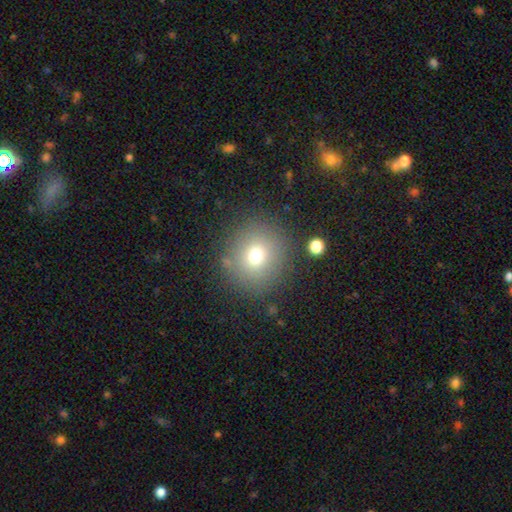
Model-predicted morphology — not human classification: This appears to be a smooth galaxy with no disk features (71%) that is round (92%). Merging: none (85%).